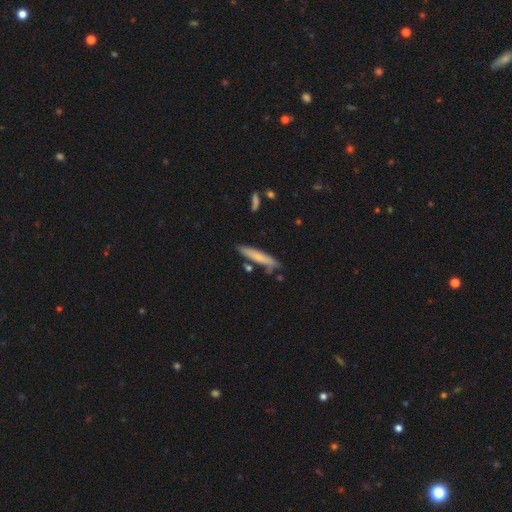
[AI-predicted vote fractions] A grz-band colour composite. It shows a smooth galaxy with no disk features (65%) that is cigar-shaped (91%). Merging: none (77%).